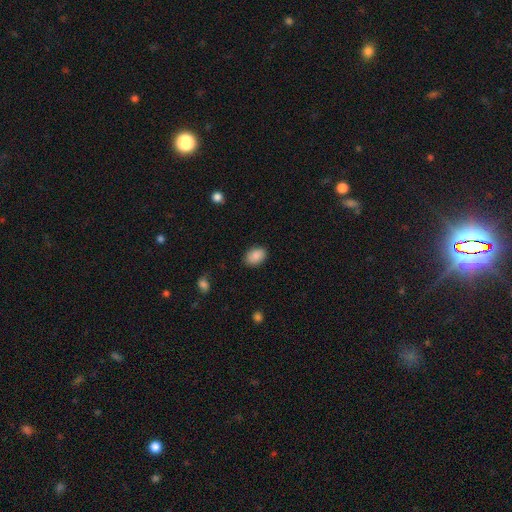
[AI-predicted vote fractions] Q: Smooth or featured?
A: smooth (88%); runner-up: star or artifact (7%)
Q: How rounded?
A: in between (80%); runner-up: round (19%)
Q: Merging?
A: none (86%); runner-up: minor disturbance (10%)